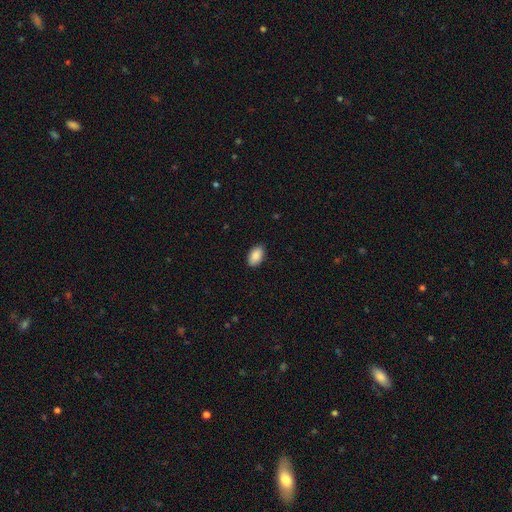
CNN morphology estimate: Q: Smooth or featured?
A: smooth (89%); runner-up: star or artifact (6%)
Q: How rounded?
A: in between (93%); runner-up: round (5%)
Q: Merging?
A: none (89%); runner-up: minor disturbance (9%)